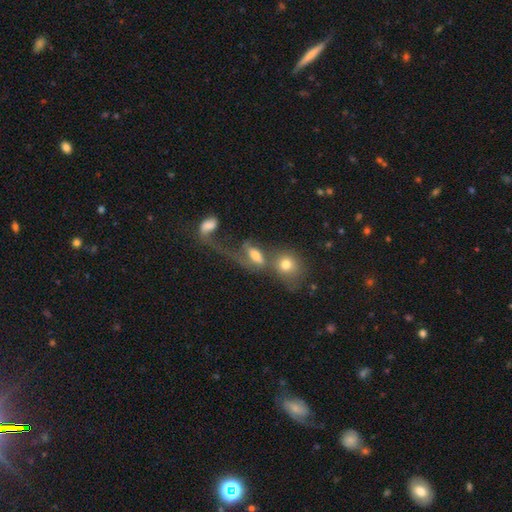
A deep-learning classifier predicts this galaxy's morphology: Smooth or featured? smooth (51%)
How rounded? in between (72%)
Merging? merger (62%)